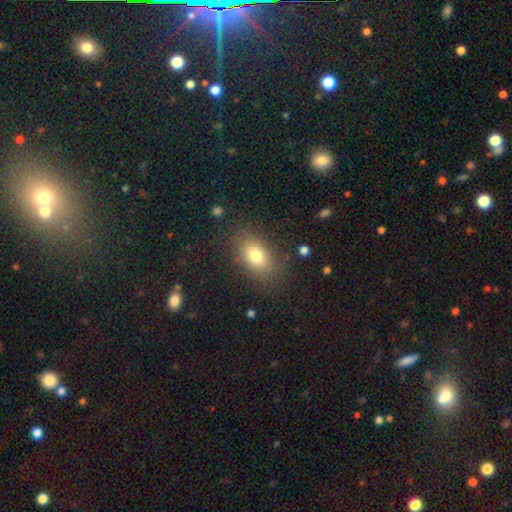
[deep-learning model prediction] Smooth or featured? Predicted: smooth (p=0.76). How rounded? Predicted: in between (p=0.84). Merging? Predicted: none (p=0.80).